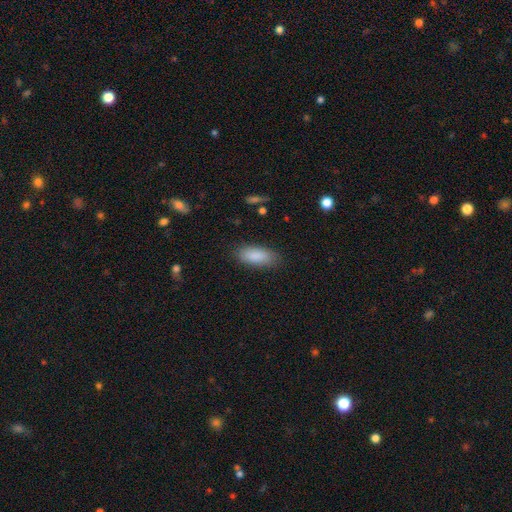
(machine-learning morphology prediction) smooth-or-featured: smooth: 88% | star or artifact: 6% | featured or disk: 5%
  how-rounded: in between: 86% | cigar-shaped: 12% | round: 2%
  merging: none: 84% | minor disturbance: 12% | major disturbance: 3% | merger: 1%